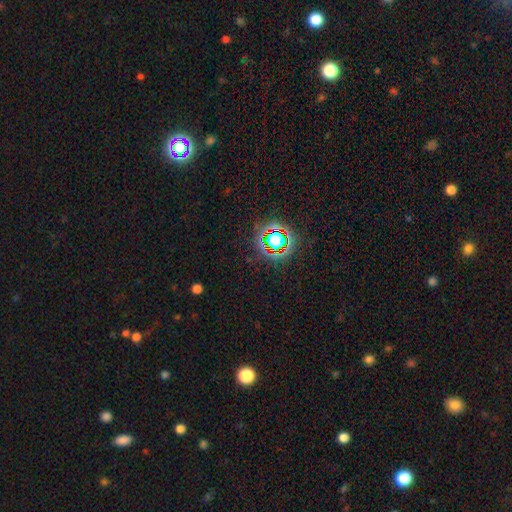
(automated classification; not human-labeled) Overall: star or artifact (78%).